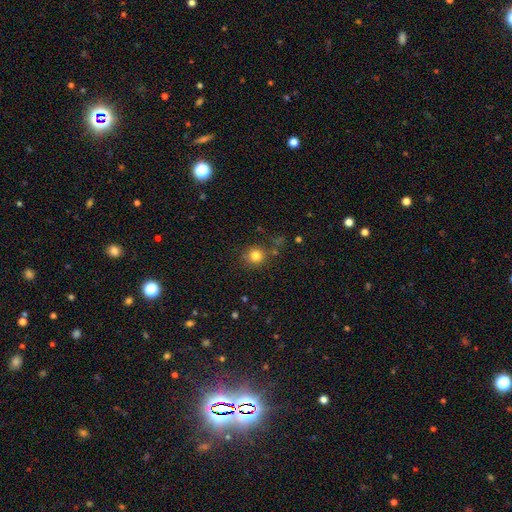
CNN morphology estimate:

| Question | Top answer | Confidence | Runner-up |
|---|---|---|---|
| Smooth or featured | smooth | 82% | star or artifact (12%) |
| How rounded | round | 88% | in between (11%) |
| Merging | none | 77% | minor disturbance (12%) |